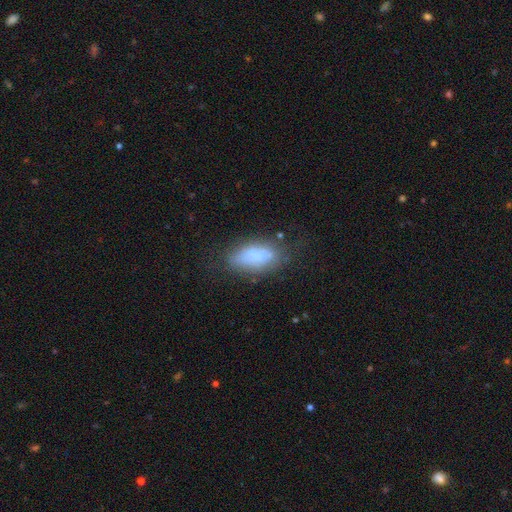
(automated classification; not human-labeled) Morphology: type=smooth (73%); roundness=in between (85%); merging=none (59%).